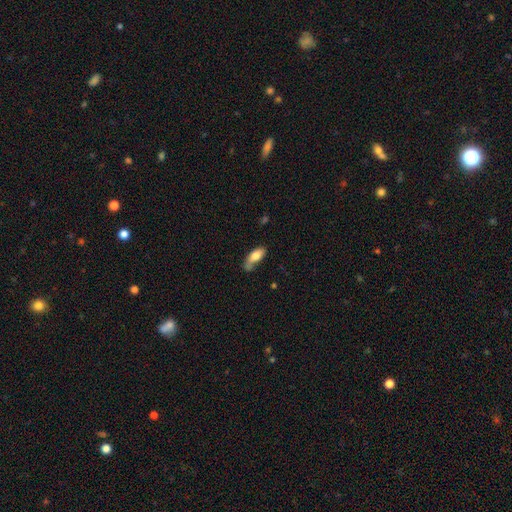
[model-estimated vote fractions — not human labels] smooth_or_featured: smooth (p=0.74) [alt: featured or disk p=0.19]
how_rounded: in between (p=0.78) [alt: cigar-shaped p=0.19]
merging: none (p=0.41) [alt: minor disturbance p=0.32]